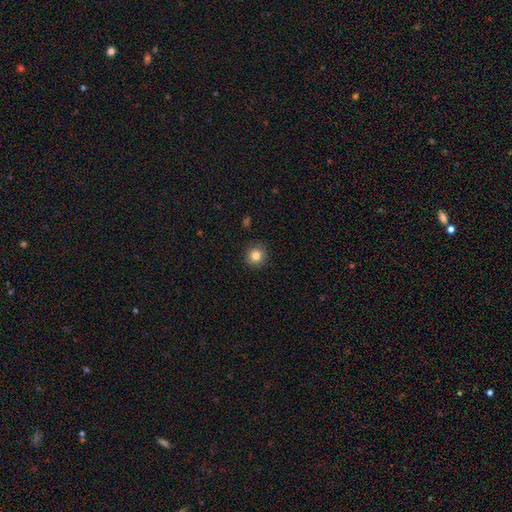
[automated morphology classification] Overall: smooth (83%). How rounded: round (88%). Merging: none (89%).